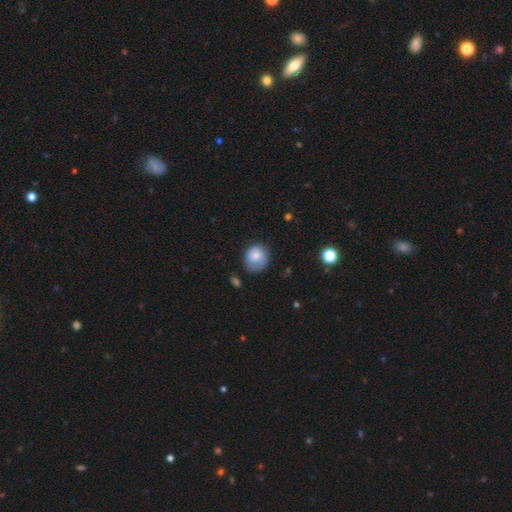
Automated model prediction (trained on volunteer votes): Smooth or featured?
  - smooth: 82% *
  - featured or disk: 10%
  - star or artifact: 8%
How rounded?
  - round: 74% *
  - in between: 25%
  - cigar-shaped: 1%
Merging?
  - none: 63% *
  - minor disturbance: 27%
  - major disturbance: 8%
  - merger: 2%